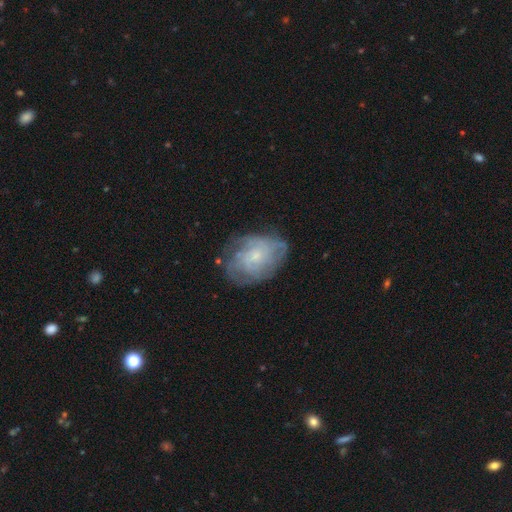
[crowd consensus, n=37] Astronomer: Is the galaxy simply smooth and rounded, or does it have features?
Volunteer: featured or disk — 86%.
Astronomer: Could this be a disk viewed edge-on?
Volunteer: no — 97%.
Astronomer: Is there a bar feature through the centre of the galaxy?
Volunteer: no — 61% (runner-up: weak, 39%).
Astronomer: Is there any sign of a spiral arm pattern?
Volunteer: yes — 81%.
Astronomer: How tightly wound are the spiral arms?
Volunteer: tight — 44%, tied with medium at 44%.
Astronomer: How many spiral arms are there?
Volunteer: can't tell — 52%.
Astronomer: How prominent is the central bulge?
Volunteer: small — 84%.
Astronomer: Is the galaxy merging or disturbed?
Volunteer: none — 46% (runner-up: minor disturbance, 35%).